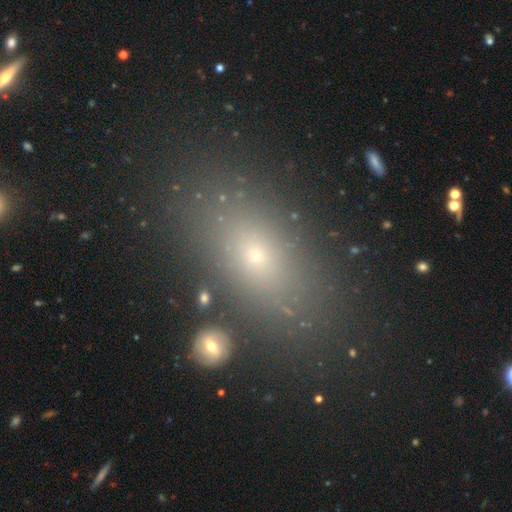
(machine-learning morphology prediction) This appears to be a smooth galaxy with no disk features (64%) that is in between round and cigar-shaped (77%). Merging: none (81%).